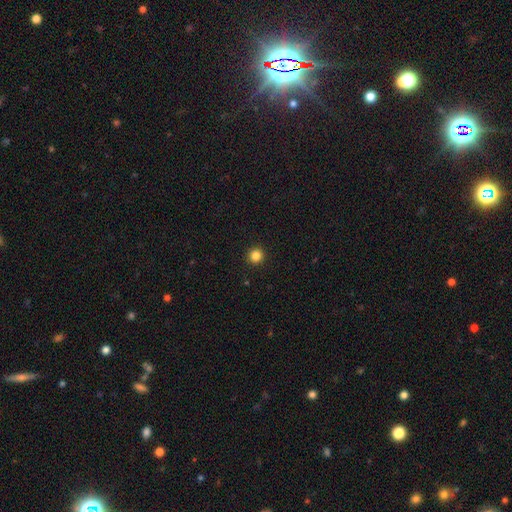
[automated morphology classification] The model was most divided on "smooth or featured": smooth: 84%, star or artifact: 12%, featured or disk: 4%. More confident: how rounded — round (95%); merging — none (94%).